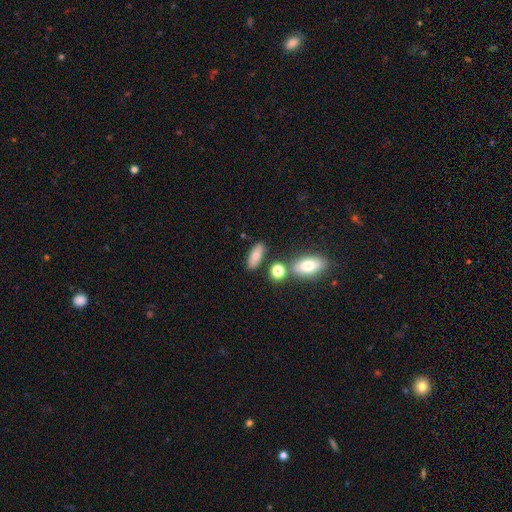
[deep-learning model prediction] This is likely a smooth galaxy (79%). How rounded: likely in between (69%). Merging: likely none (77%).